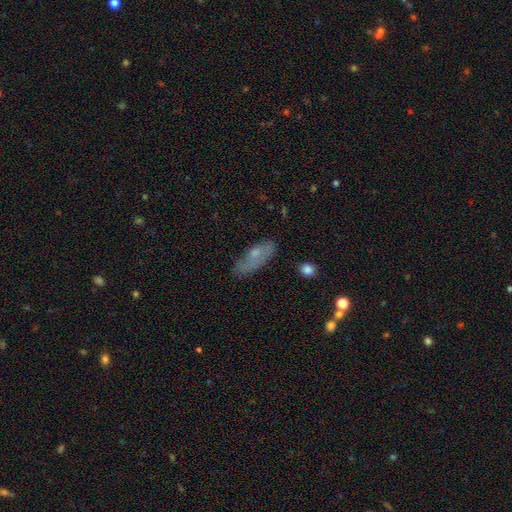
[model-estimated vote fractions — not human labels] Q: Smooth or featured?
A: smooth (61%); runner-up: featured or disk (30%)
Q: How rounded?
A: in between (63%); runner-up: cigar-shaped (34%)
Q: Merging?
A: none (65%); runner-up: minor disturbance (25%)